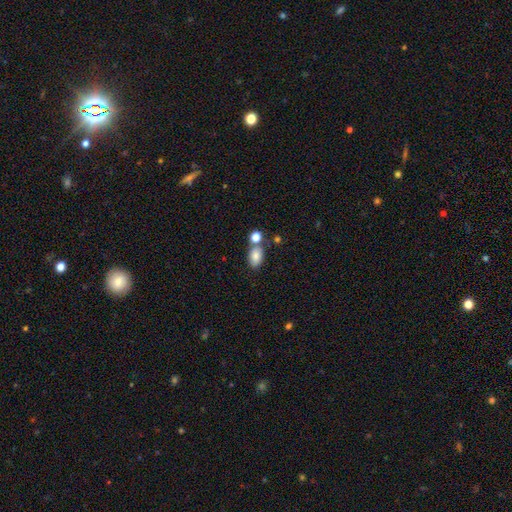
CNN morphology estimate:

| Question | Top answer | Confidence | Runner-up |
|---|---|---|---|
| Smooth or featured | smooth | 80% | featured or disk (10%) |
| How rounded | in between | 86% | round (12%) |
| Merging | none | 59% | merger (24%) |